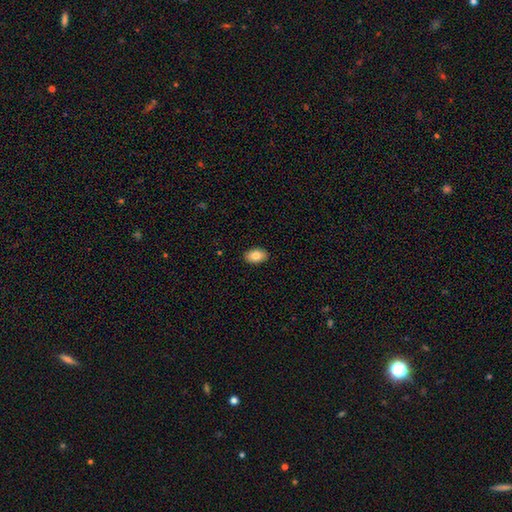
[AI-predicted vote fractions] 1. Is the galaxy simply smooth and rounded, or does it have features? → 84% smooth, 8% featured or disk, 7% star or artifact.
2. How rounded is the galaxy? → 90% in between, 9% round, 1% cigar-shaped.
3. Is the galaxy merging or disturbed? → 90% none, 8% minor disturbance, 2% major disturbance, 1% merger.